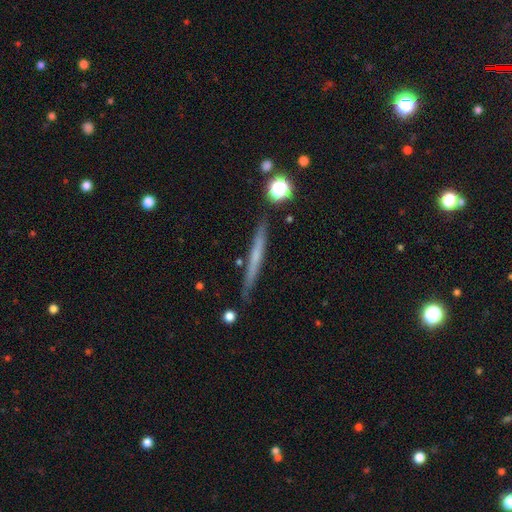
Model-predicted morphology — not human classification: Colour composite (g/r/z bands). It shows a smooth galaxy with no disk features (47%). Merging: none (86%).